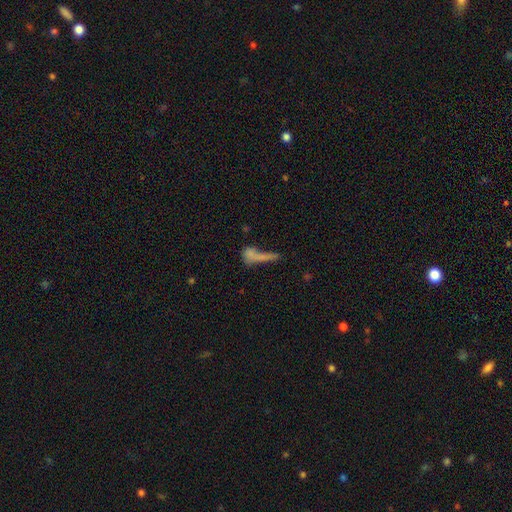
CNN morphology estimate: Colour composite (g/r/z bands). It shows a smooth galaxy with no disk features (60%) that is cigar-shaped (53%). Merging: merger (35%).